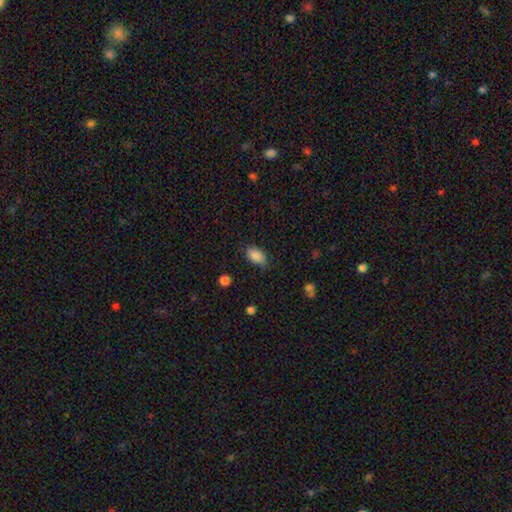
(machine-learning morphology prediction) This is clearly a smooth galaxy (88%). How rounded: clearly in between (91%). Merging: likely none (80%).